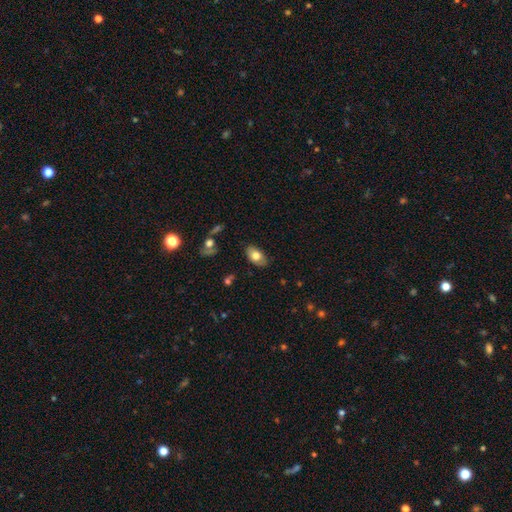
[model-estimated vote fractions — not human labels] Q: Smooth or featured?
A: smooth (76%); runner-up: featured or disk (17%)
Q: How rounded?
A: in between (92%); runner-up: round (6%)
Q: Merging?
A: none (81%); runner-up: minor disturbance (15%)